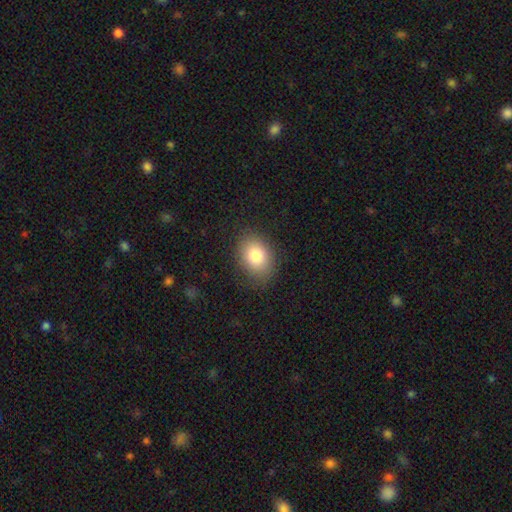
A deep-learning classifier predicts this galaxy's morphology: A smooth galaxy with no disk features (82%) that is in between round and cigar-shaped (73%). Merging: none (81%).